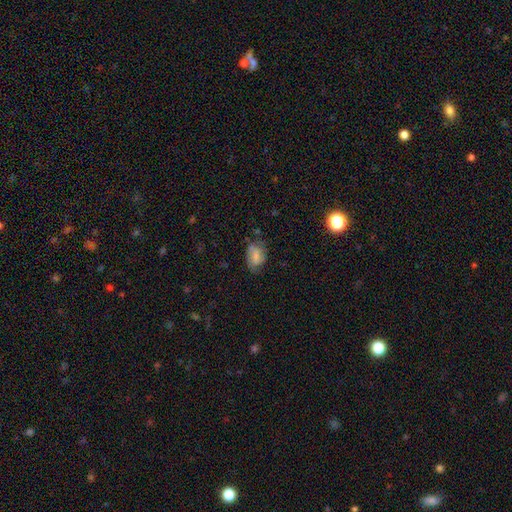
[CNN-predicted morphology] This appears to be a smooth galaxy with no disk features (68%) that is in between round and cigar-shaped (82%). Merging: none (54%).